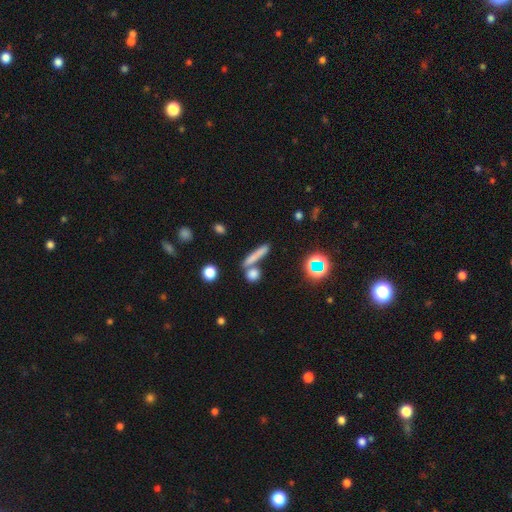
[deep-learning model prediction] This is likely a smooth galaxy (70%). How rounded: likely cigar-shaped (76%). Merging: likely none (65%).